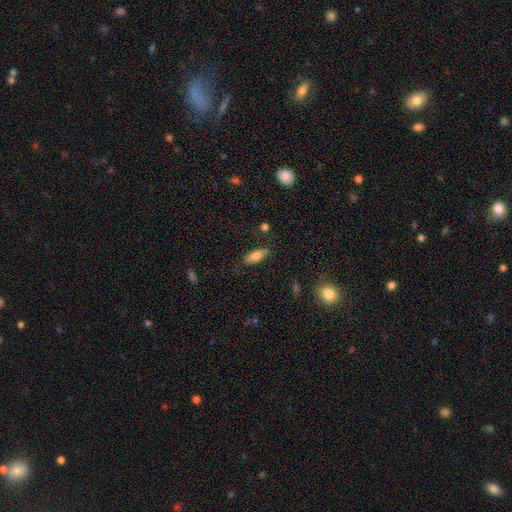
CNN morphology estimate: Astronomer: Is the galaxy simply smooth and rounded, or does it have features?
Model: smooth — 79%.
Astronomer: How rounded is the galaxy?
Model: in between — 74%.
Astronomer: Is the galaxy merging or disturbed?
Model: none — 78%.